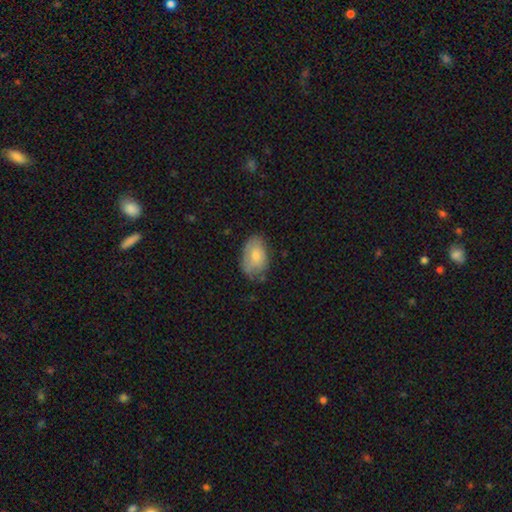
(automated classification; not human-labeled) The model was most divided on "merging": none: 66%, minor disturbance: 27%, major disturbance: 5%, merger: 1%. More confident: how rounded — in between (89%); smooth or featured — smooth (71%).